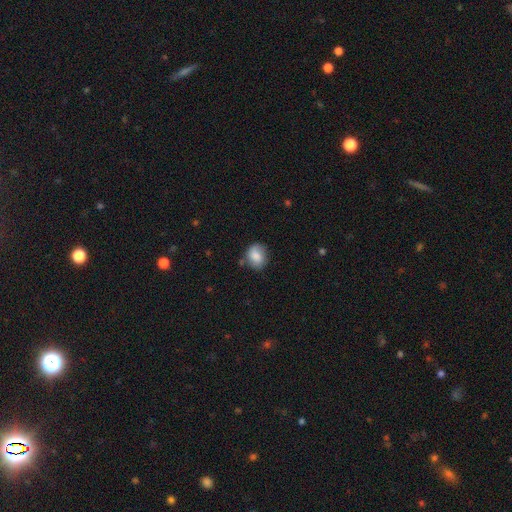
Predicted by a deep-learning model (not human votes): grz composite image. It shows a smooth galaxy with no disk features (81%) that is round (60%). Merging: none (70%).